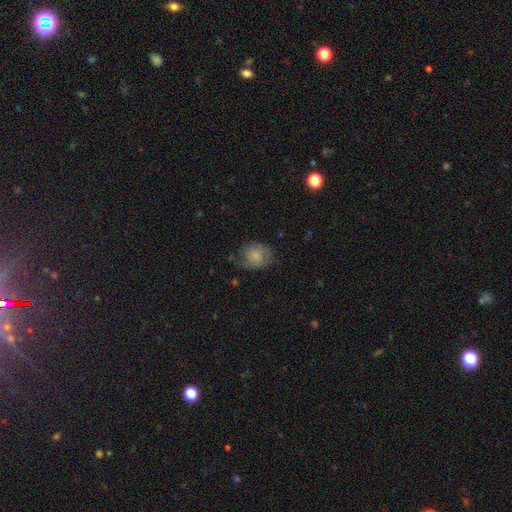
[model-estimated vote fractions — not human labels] This is likely a smooth galaxy (64%). How rounded: possibly round (55%). Merging: possibly none (51%).